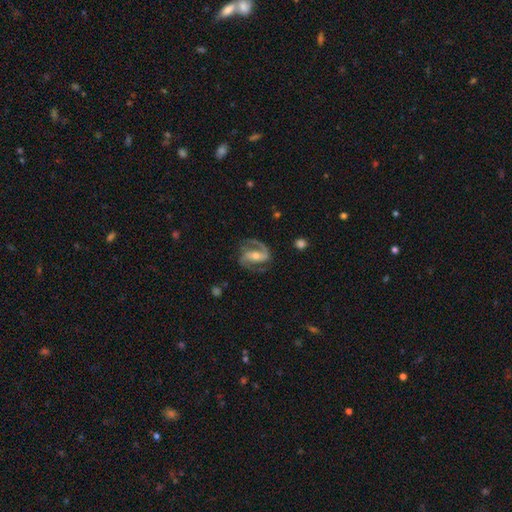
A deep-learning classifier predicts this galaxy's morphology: This is clearly a featured or disk galaxy (90%). It is clearly not viewed edge-on (97%). Bar: marginally strong (40%). Spiral arm pattern: clearly yes (97%). Spiral arm count: clearly 2 (90%). Spiral winding: possibly medium (58%). Central bulge: possibly moderate (56%). Merging: likely none (76%).